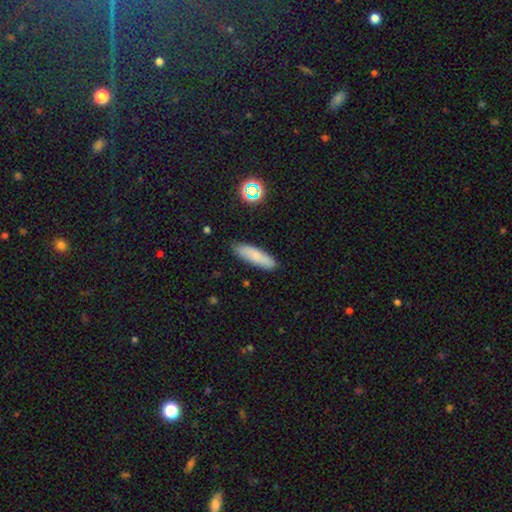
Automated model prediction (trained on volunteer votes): A smooth galaxy with no disk features (78%) that is cigar-shaped (66%).

Vote fractions:
- Smooth or featured? smooth: 78% / featured or disk: 13% / star or artifact: 8%
- How rounded? cigar-shaped: 66% / in between: 33% / round: 2%
- Merging? none: 85% / minor disturbance: 11% / major disturbance: 2% / merger: 2%